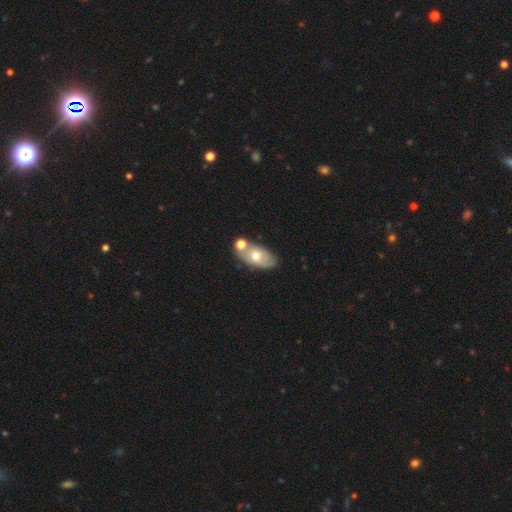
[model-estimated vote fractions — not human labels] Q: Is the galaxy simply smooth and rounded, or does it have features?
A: smooth — 51%.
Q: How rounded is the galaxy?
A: in between — 87%.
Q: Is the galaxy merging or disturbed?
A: none — 48%.